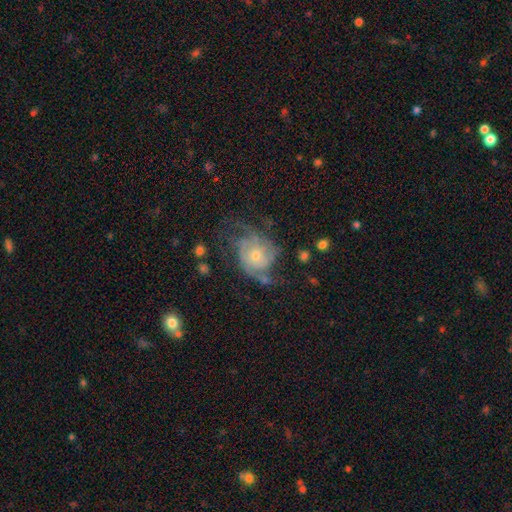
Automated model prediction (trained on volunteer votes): featured or disk 82%, smooth 11%, star or artifact 7%. Down the decision tree: edge-on disk — no (97%); bar — no (76%); spiral arms — yes (93%); spiral arm count — 2 (37%); spiral winding — medium (42%); bulge size — small (56%); merging — none (54%).